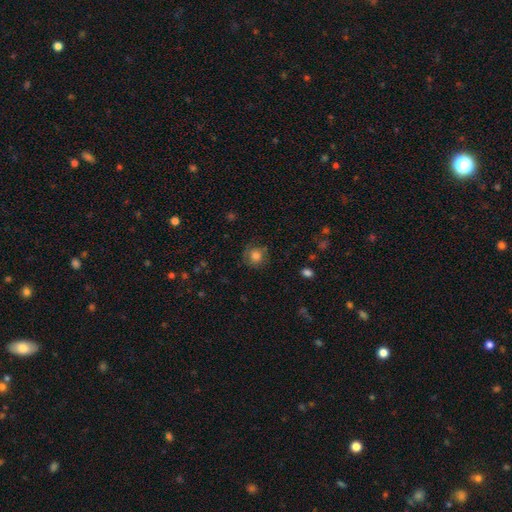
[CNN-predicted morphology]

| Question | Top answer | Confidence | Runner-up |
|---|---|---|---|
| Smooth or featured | smooth | 77% | featured or disk (12%) |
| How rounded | round | 90% | in between (9%) |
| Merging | none | 75% | minor disturbance (17%) |